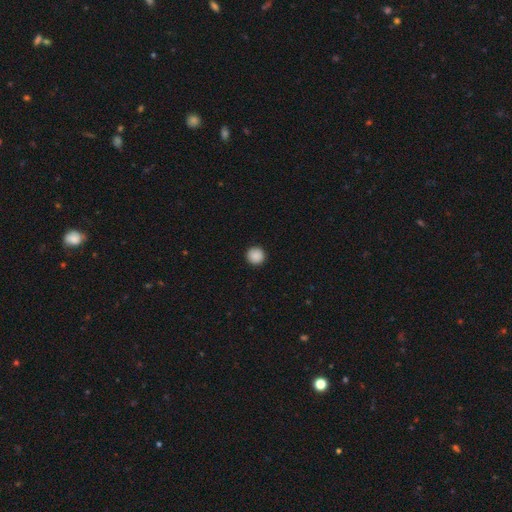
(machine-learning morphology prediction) The model was most divided on "smooth or featured": smooth: 89%, star or artifact: 8%, featured or disk: 2%. More confident: how rounded — round (96%); merging — none (93%).